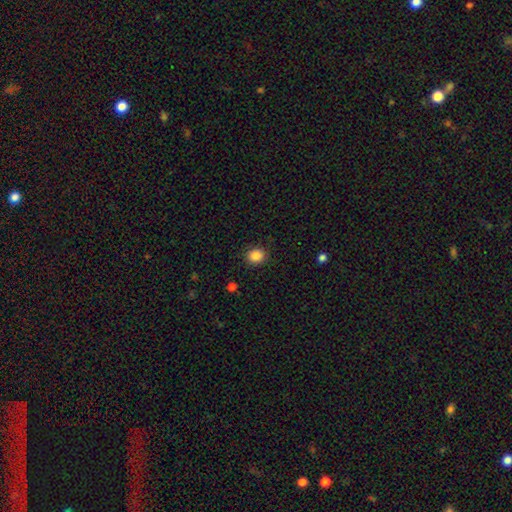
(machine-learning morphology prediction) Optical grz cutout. It shows a smooth galaxy with no disk features (86%) that is round (74%). Merging: none (89%).